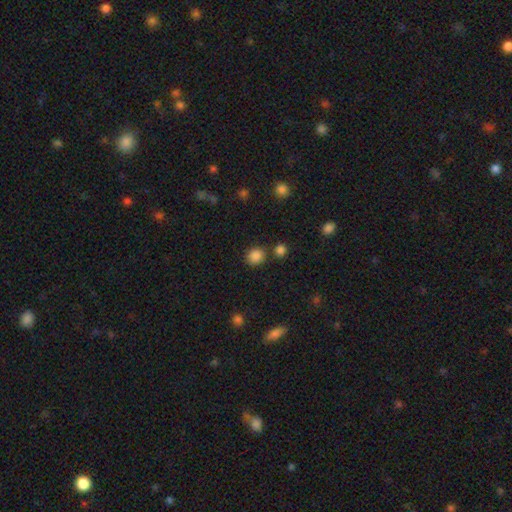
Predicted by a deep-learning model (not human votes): This is clearly a smooth galaxy (85%). How rounded: clearly round (82%). Merging: likely none (79%).